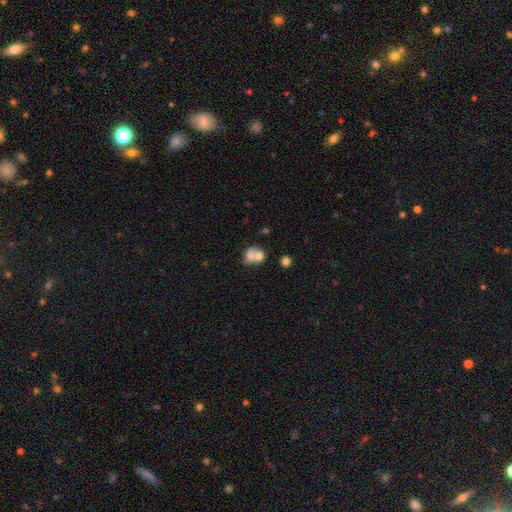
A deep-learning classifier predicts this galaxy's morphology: type=smooth (65%); roundness=round (53%); merging=merger (59%).